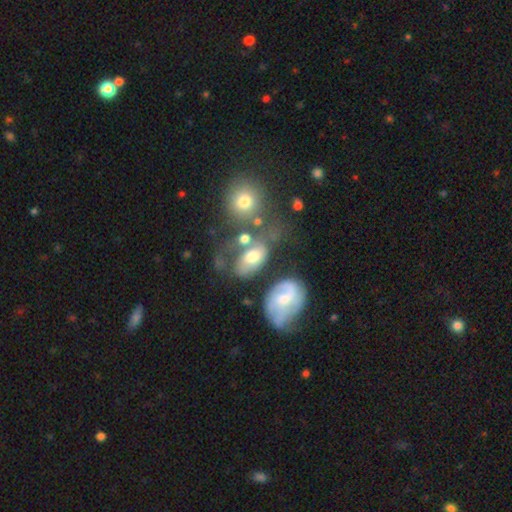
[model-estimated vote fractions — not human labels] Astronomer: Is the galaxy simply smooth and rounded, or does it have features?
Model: featured or disk — 44% (runner-up: smooth, 41%).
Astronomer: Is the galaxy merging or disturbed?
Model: none — 33% (runner-up: merger, 27%).